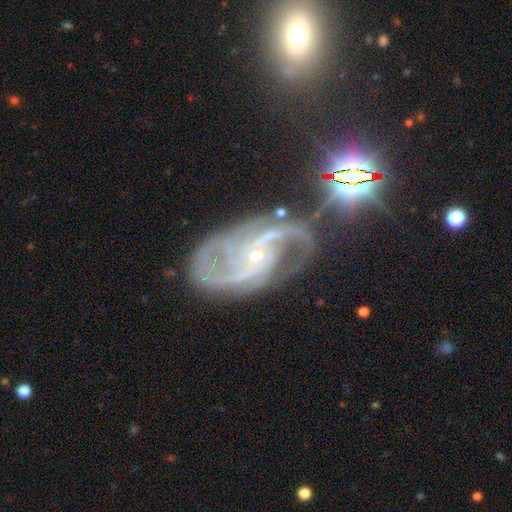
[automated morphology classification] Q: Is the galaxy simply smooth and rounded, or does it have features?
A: featured or disk — 89%.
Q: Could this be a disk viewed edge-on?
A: no — 98%.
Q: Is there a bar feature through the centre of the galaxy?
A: no — 56%.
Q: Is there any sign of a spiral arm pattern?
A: yes — 98%.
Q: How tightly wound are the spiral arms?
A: medium — 54%.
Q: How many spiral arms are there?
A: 2 — 44%.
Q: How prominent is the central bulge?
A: small — 84%.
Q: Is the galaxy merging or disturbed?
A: none — 55%.